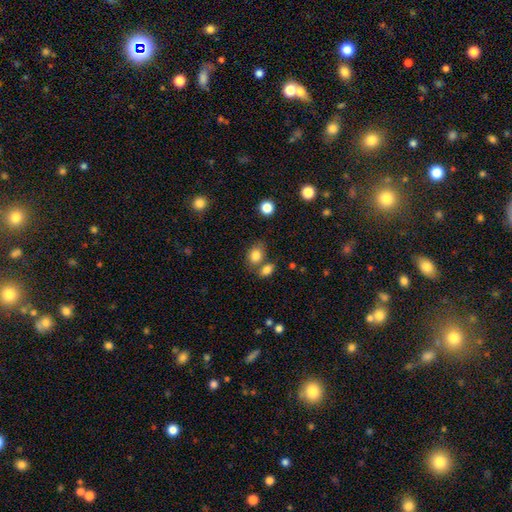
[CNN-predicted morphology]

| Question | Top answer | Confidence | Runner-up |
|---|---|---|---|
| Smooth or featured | smooth | 83% | star or artifact (10%) |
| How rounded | in between | 64% | round (35%) |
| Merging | none | 55% | merger (26%) |